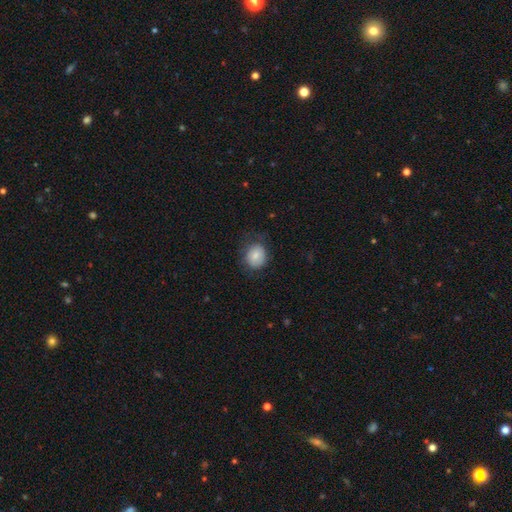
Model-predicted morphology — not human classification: Smooth or featured? smooth (79%)
How rounded? round (69%)
Merging? none (66%)